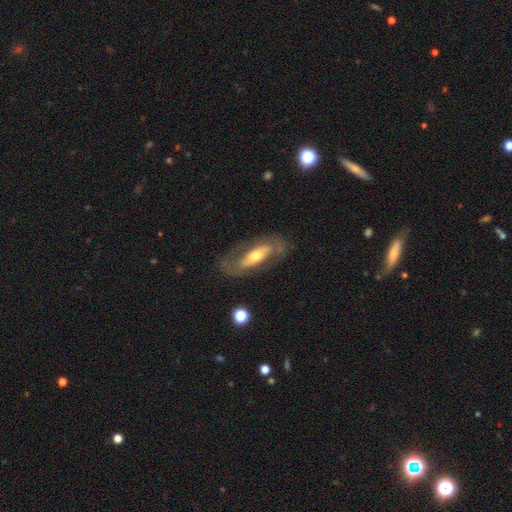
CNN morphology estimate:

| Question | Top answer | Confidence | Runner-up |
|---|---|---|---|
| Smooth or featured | featured or disk | 65% | smooth (29%) |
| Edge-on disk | no | 80% | yes (20%) |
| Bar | no | 49% | strong (29%) |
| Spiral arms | yes | 56% | no (44%) |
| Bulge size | moderate | 61% | small (26%) |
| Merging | none | 72% | minor disturbance (16%) |